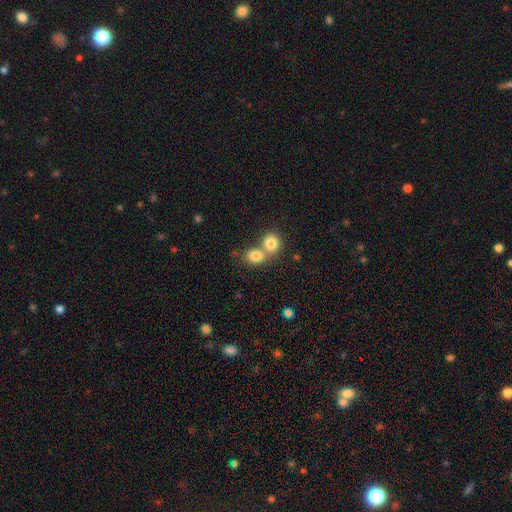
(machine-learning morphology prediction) The model was most divided on "how rounded": round: 59%, in between: 40%, cigar-shaped: 1%. More confident: smooth or featured — smooth (81%); merging — merger (58%).